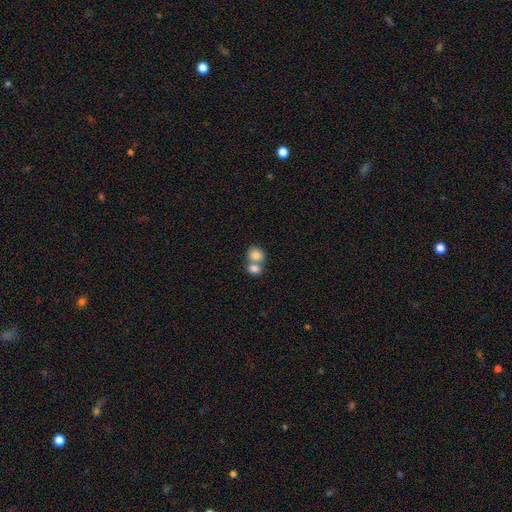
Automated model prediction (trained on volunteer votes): This appears to be a smooth galaxy with no disk features (82%) that is round (61%). Merging: merger (61%).